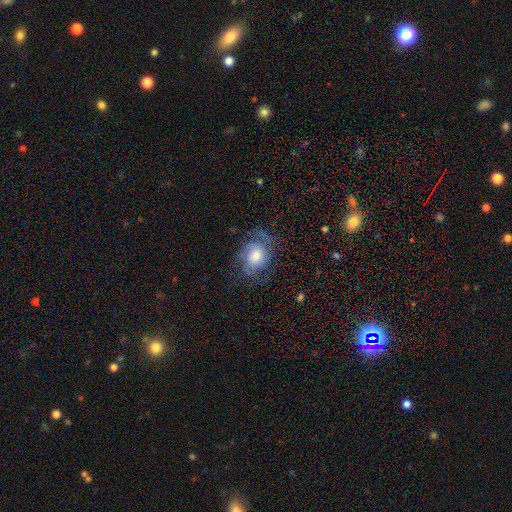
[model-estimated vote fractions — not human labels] Overall: featured or disk (61%; smooth 31%). Edge-on disk: no (97%). Bar: no (76%). Spiral arms: yes (86%). Spiral arm count: 2 (55%; can't tell 22%). Spiral winding: medium (45%; tight 36%). Bulge size: moderate (41%; large 36%). Merging: none (63%).